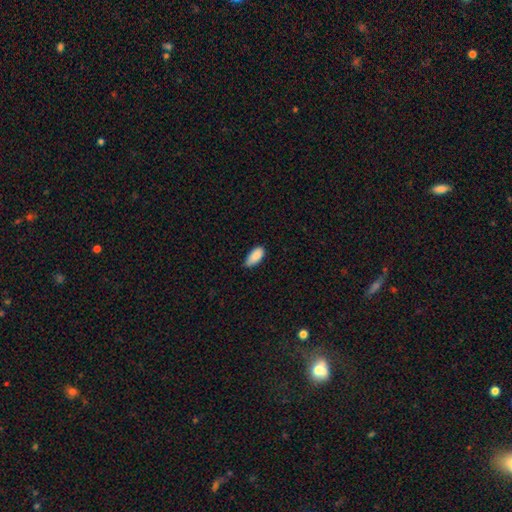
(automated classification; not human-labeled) The model was most divided on "merging": none: 58%, minor disturbance: 36%, major disturbance: 4%, merger: 1%. More confident: how rounded — in between (91%); smooth or featured — smooth (88%).